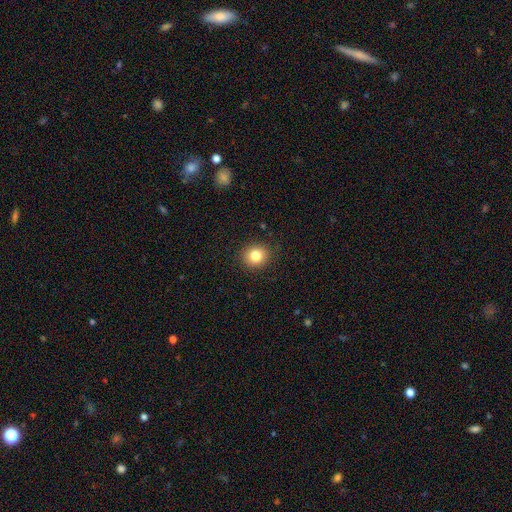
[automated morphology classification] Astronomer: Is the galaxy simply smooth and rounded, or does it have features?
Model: smooth — 82%.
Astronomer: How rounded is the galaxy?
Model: round — 82%.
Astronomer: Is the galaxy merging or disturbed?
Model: none — 90%.